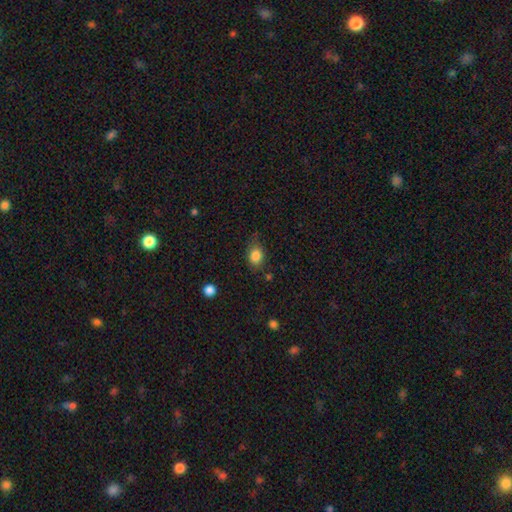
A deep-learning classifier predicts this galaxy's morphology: smooth 83%, star or artifact 10%, featured or disk 7%. Down the decision tree: how rounded — in between (62%); merging — none (67%).